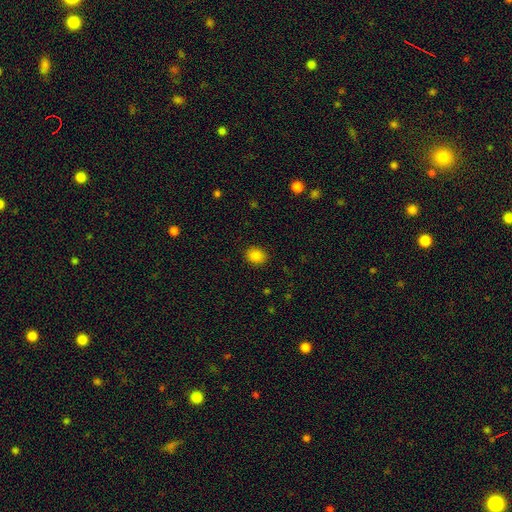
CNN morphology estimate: smooth-or-featured: smooth: 86% | star or artifact: 10% | featured or disk: 4%
  how-rounded: round: 57% | in between: 42% | cigar-shaped: 1%
  merging: none: 89% | minor disturbance: 8% | major disturbance: 2% | merger: 1%